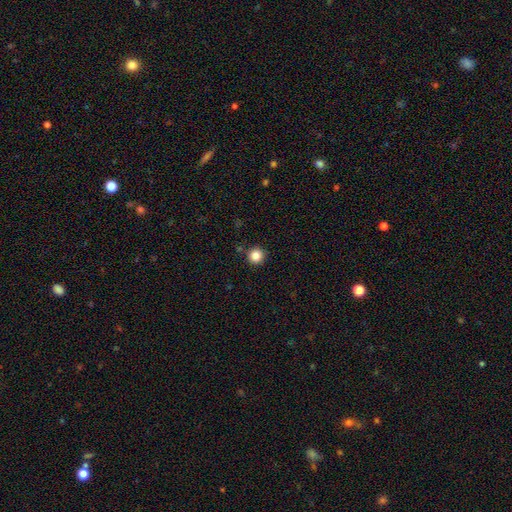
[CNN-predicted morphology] Smooth or featured? Predicted: smooth (p=0.85). How rounded? Predicted: round (p=0.95). Merging? Predicted: none (p=0.91).